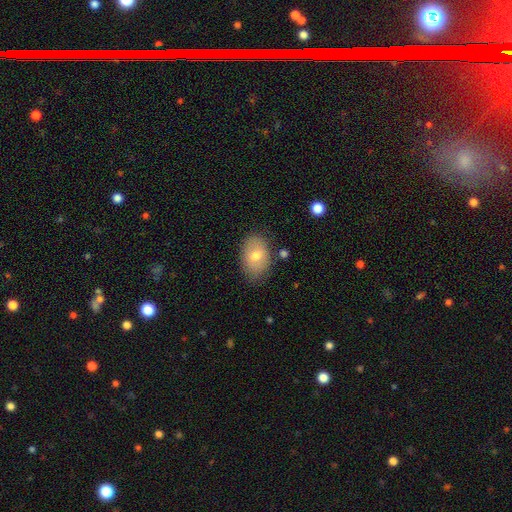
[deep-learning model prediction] smooth_or_featured: smooth (p=0.71) [alt: featured or disk p=0.22]
how_rounded: in between (p=0.82) [alt: round p=0.17]
merging: none (p=0.77) [alt: minor disturbance p=0.17]